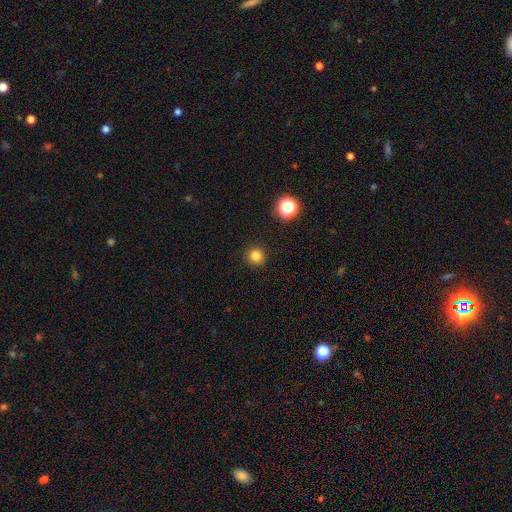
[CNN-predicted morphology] A smooth galaxy with no disk features (82%) that is round (94%). Merging: none (92%).